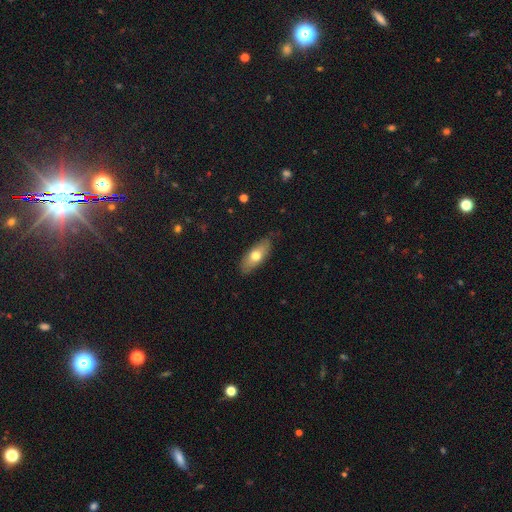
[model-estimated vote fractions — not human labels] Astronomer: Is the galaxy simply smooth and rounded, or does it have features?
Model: smooth — 65%.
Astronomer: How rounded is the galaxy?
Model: in between — 77%.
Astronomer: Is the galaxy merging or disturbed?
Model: none — 81%.